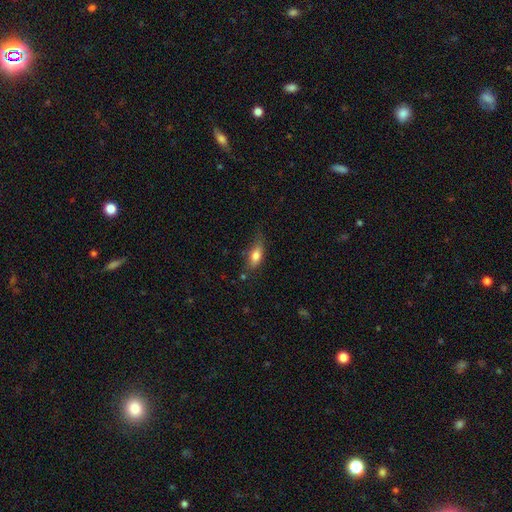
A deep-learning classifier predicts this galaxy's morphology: A smooth galaxy with no disk features (76%) that is in between round and cigar-shaped (76%).

Vote fractions:
- Smooth or featured? smooth: 76% / featured or disk: 16% / star or artifact: 8%
- How rounded? in between: 76% / cigar-shaped: 20% / round: 4%
- Merging? none: 57% / minor disturbance: 30% / major disturbance: 10% / merger: 3%